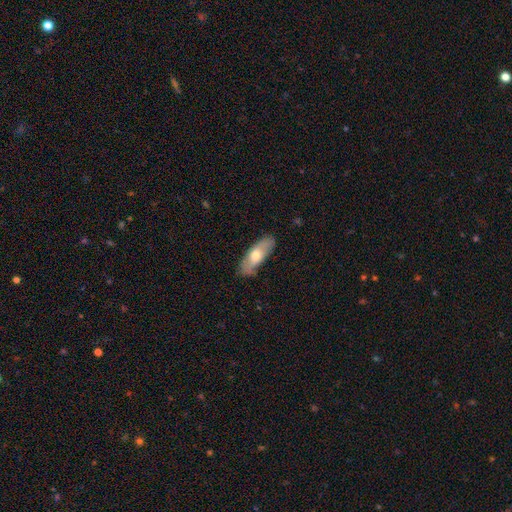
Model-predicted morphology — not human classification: Smooth or featured? smooth (62%)
How rounded? in between (71%)
Merging? none (76%)